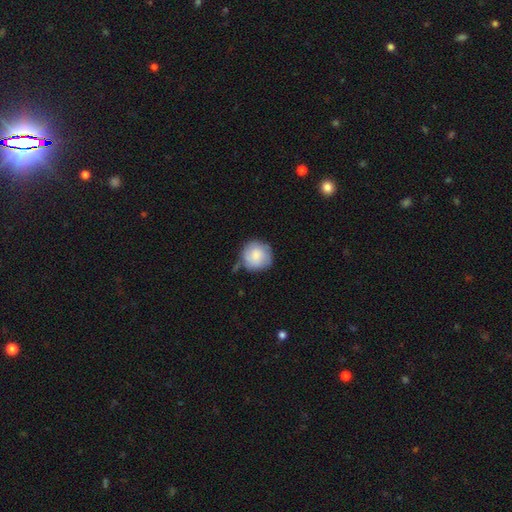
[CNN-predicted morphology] Q: Smooth or featured?
A: smooth (77%); runner-up: featured or disk (16%)
Q: How rounded?
A: round (93%); runner-up: in between (6%)
Q: Merging?
A: none (66%); runner-up: minor disturbance (23%)